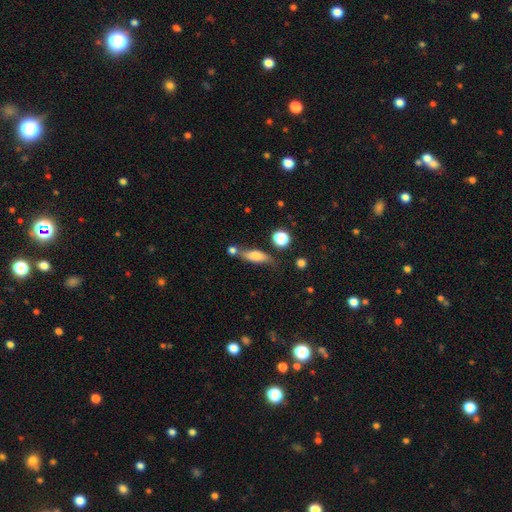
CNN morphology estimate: Overall: smooth (68%). How rounded: in between (58%; cigar-shaped 36%). Merging: none (52%; minor disturbance 21%).